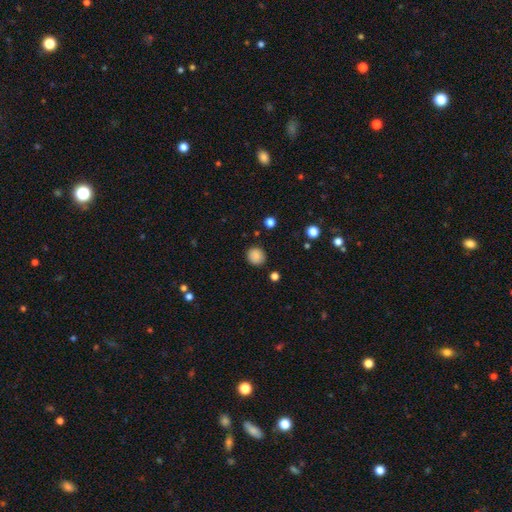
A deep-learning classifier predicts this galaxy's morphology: Smooth or featured?
  - smooth: 87% *
  - star or artifact: 10%
  - featured or disk: 3%
How rounded?
  - round: 89% *
  - in between: 10%
  - cigar-shaped: 1%
Merging?
  - none: 89% *
  - minor disturbance: 8%
  - major disturbance: 2%
  - merger: 1%